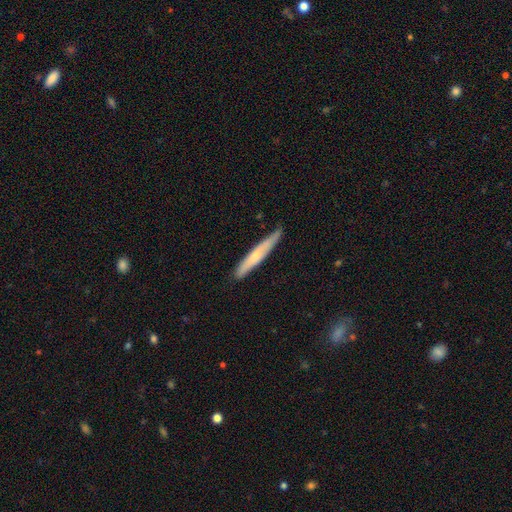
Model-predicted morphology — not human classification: Smooth or featured? Predicted: smooth (p=0.53). How rounded? Predicted: cigar-shaped (p=0.94). Merging? Predicted: none (p=0.80).